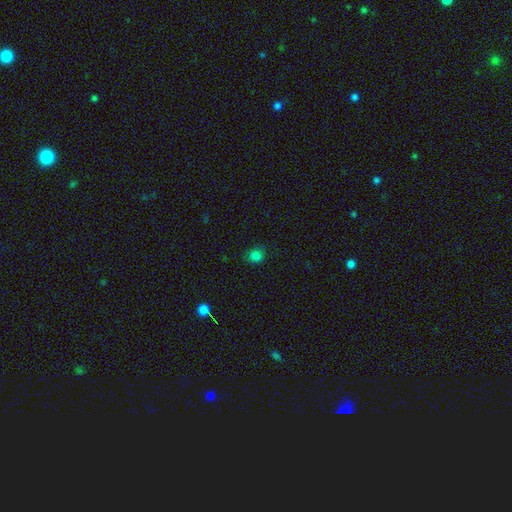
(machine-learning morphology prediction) Smooth or featured: smooth — 79% (star or artifact — 17%)
How rounded: round — 80% (in between — 19%)
Merging: none — 81% (minor disturbance — 14%)